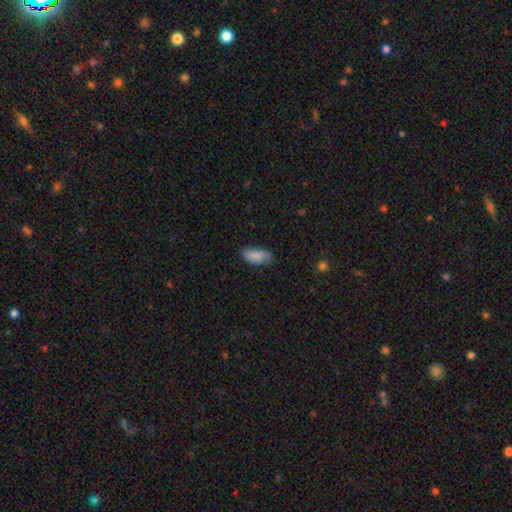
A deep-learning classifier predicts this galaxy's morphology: smooth-or-featured: smooth: 84% | featured or disk: 9% | star or artifact: 7%
  how-rounded: in between: 89% | cigar-shaped: 9% | round: 2%
  merging: none: 68% | minor disturbance: 25% | major disturbance: 5% | merger: 1%